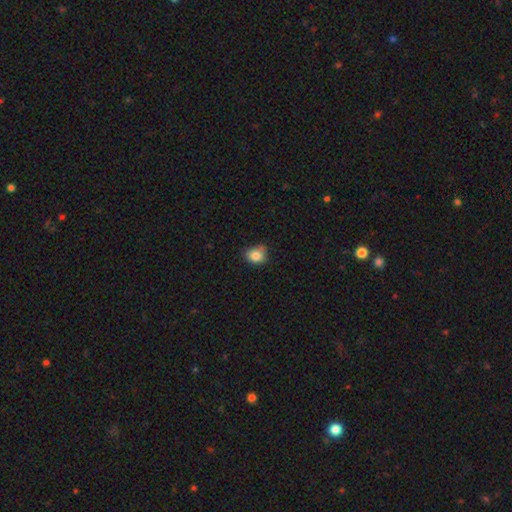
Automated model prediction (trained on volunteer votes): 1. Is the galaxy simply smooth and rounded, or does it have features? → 82% smooth, 10% star or artifact, 7% featured or disk.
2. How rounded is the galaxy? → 54% round, 45% in between, 1% cigar-shaped.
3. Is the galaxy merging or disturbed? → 58% none, 31% minor disturbance, 6% merger, 6% major disturbance.